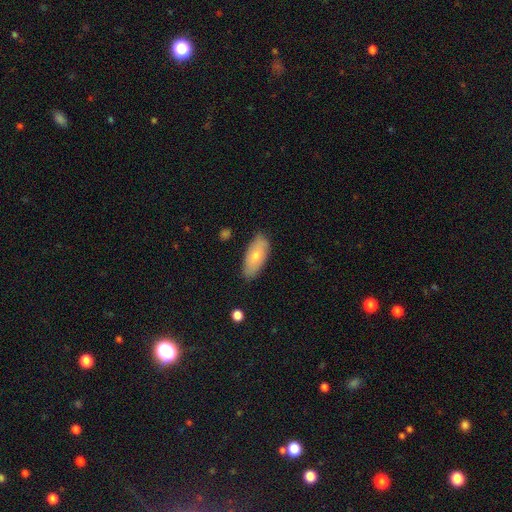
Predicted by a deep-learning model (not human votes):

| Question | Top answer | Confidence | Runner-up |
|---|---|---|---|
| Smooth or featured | smooth | 71% | featured or disk (23%) |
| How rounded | in between | 88% | cigar-shaped (9%) |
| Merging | none | 82% | minor disturbance (14%) |